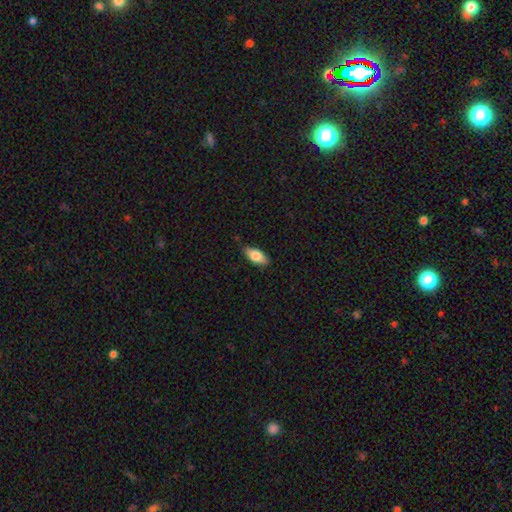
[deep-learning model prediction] This appears to be a smooth galaxy with no disk features (76%) that is in between round and cigar-shaped (86%). Merging: none (82%).